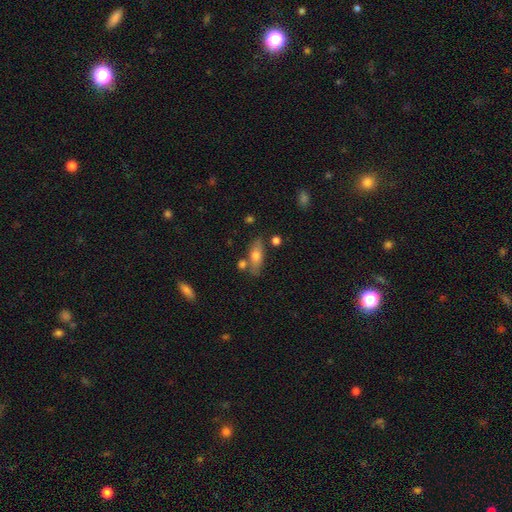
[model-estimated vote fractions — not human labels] A smooth galaxy with no disk features (65%) that is in between round and cigar-shaped (71%). Merging: none (69%).